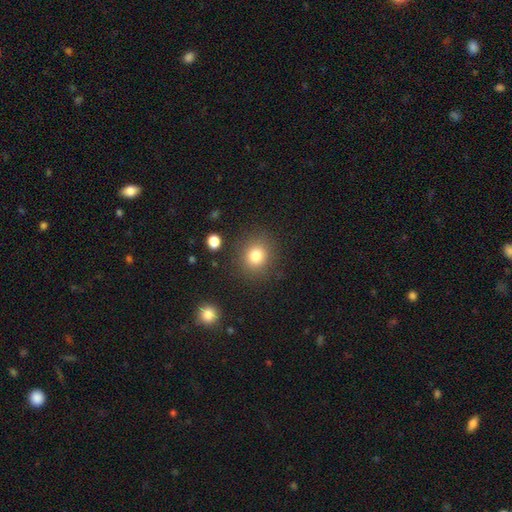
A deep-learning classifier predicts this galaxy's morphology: Overall: smooth (80%). How rounded: round (84%). Merging: none (86%).